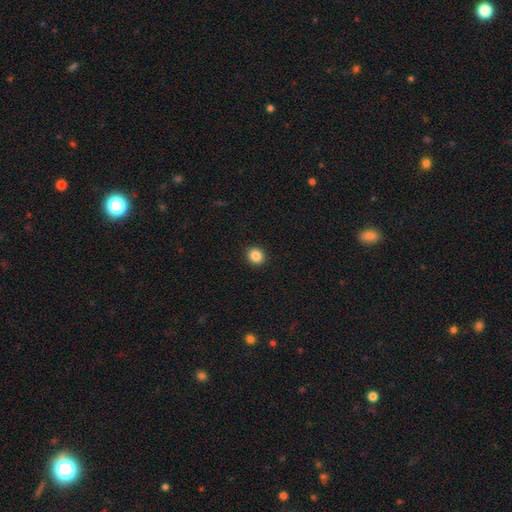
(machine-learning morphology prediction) Overall: smooth (87%). How rounded: round (83%). Merging: none (93%).